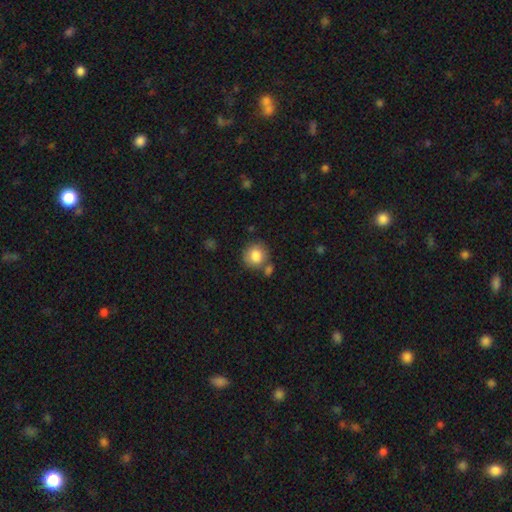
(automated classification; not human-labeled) A smooth galaxy with no disk features (83%) that is round (87%).

Vote fractions:
- Smooth or featured? smooth: 83% / featured or disk: 9% / star or artifact: 8%
- How rounded? round: 87% / in between: 12% / cigar-shaped: 1%
- Merging? none: 70% / minor disturbance: 13% / merger: 13% / major disturbance: 4%